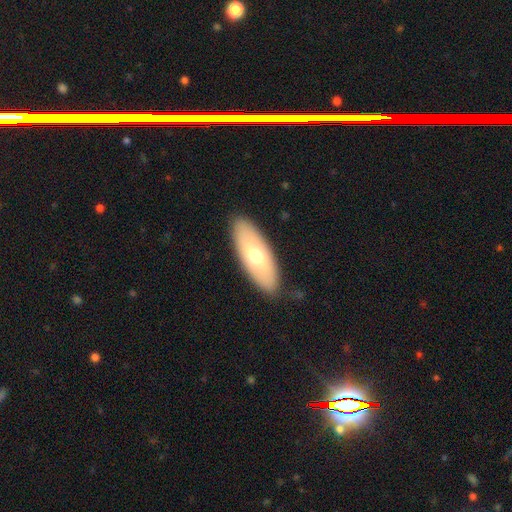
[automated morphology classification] smooth 59%, featured or disk 35%, star or artifact 6%. Down the decision tree: how rounded — in between (76%); merging — none (87%).